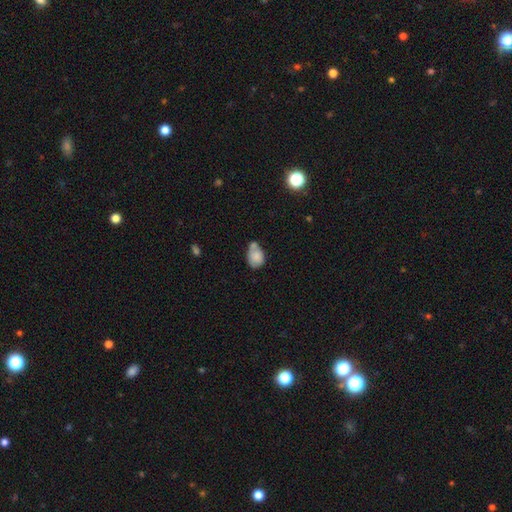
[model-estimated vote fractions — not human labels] This appears to be a smooth galaxy with no disk features (80%) that is in between round and cigar-shaped (69%). Merging: merger (37%).